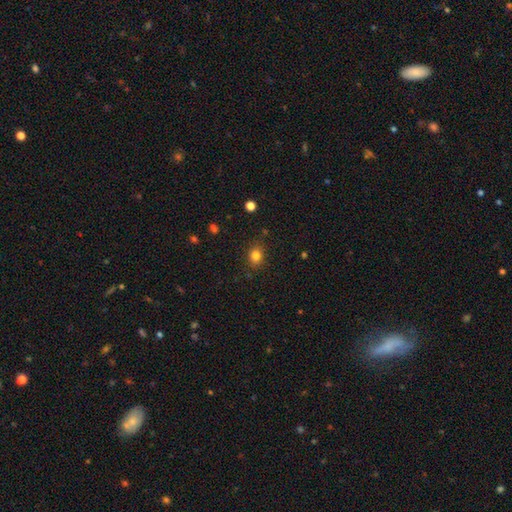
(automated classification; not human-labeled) Overall: smooth (82%). How rounded: round (54%; in between 45%). Merging: none (82%).